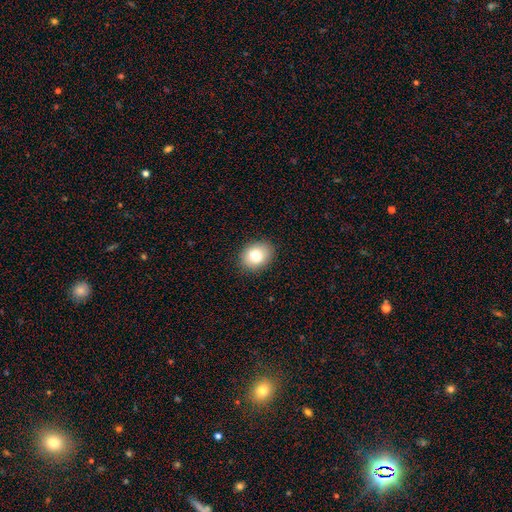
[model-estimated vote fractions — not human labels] Smooth or featured? Predicted: smooth (p=0.79). How rounded? Predicted: in between (p=0.54). Merging? Predicted: none (p=0.89).